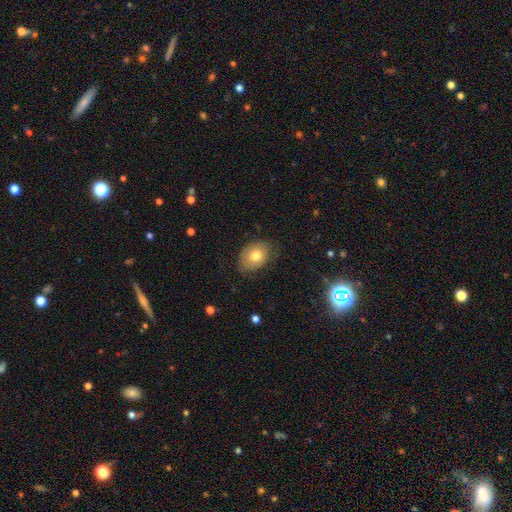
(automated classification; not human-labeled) A smooth galaxy with no disk features (75%) that is in between round and cigar-shaped (76%).

Vote fractions:
- Smooth or featured? smooth: 75% / featured or disk: 17% / star or artifact: 8%
- How rounded? in between: 76% / round: 23% / cigar-shaped: 1%
- Merging? none: 75% / minor disturbance: 19% / major disturbance: 4% / merger: 1%